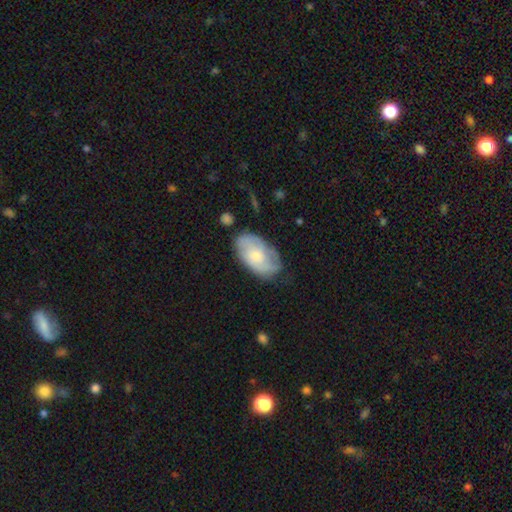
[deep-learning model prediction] A featured or disk galaxy (48%).

Vote fractions:
- Smooth or featured? featured or disk: 48% / smooth: 46% / star or artifact: 6%
- Merging? none: 66% / minor disturbance: 26% / major disturbance: 7% / merger: 2%